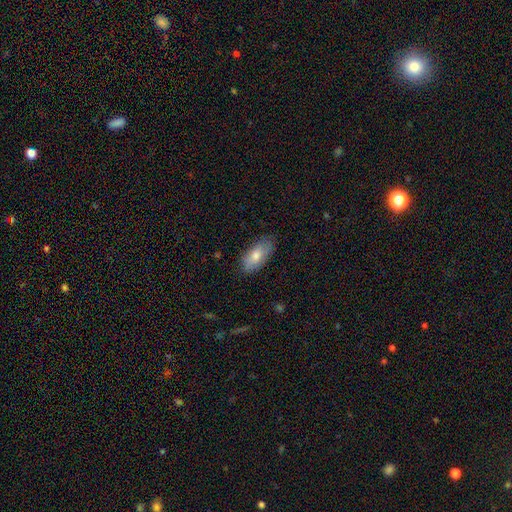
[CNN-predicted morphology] Smooth or featured?
  - smooth: 75% *
  - featured or disk: 19%
  - star or artifact: 7%
How rounded?
  - in between: 87% *
  - cigar-shaped: 10%
  - round: 3%
Merging?
  - none: 82% *
  - minor disturbance: 14%
  - major disturbance: 2%
  - merger: 1%